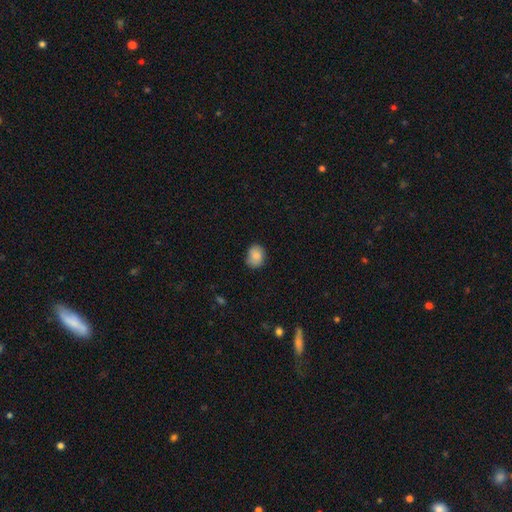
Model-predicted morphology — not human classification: Smooth or featured?
  - smooth: 87% *
  - star or artifact: 8%
  - featured or disk: 6%
How rounded?
  - round: 54% *
  - in between: 45%
  - cigar-shaped: 1%
Merging?
  - none: 79% *
  - minor disturbance: 17%
  - major disturbance: 3%
  - merger: 1%